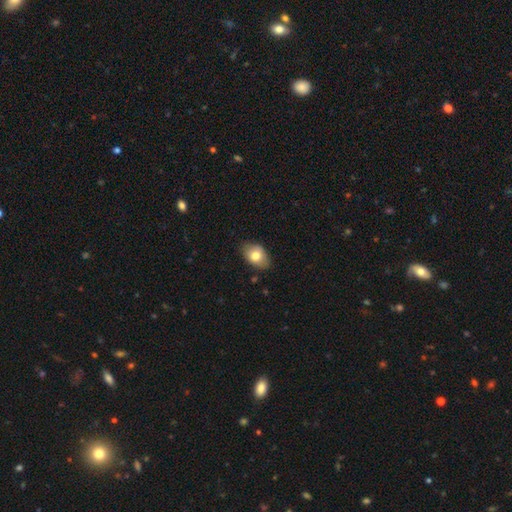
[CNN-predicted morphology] This is likely a smooth galaxy (76%). How rounded: clearly in between (86%). Merging: likely none (79%).